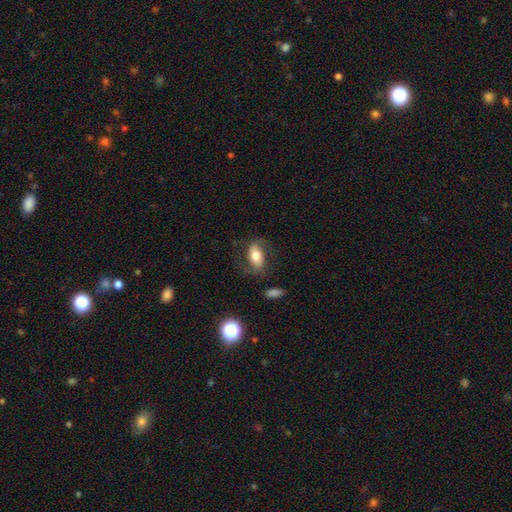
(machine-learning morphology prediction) Smooth or featured: smooth — 49% (featured or disk — 43%)
Merging: none — 66% (minor disturbance — 18%)